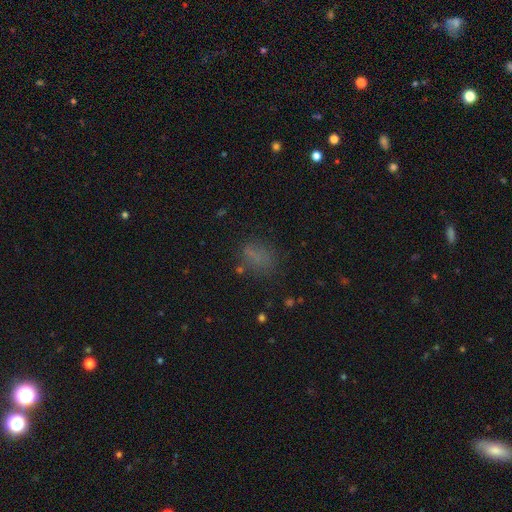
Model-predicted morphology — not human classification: Q: Smooth or featured?
A: smooth (68%); runner-up: star or artifact (23%)
Q: How rounded?
A: in between (75%); runner-up: round (20%)
Q: Merging?
A: none (69%); runner-up: minor disturbance (17%)